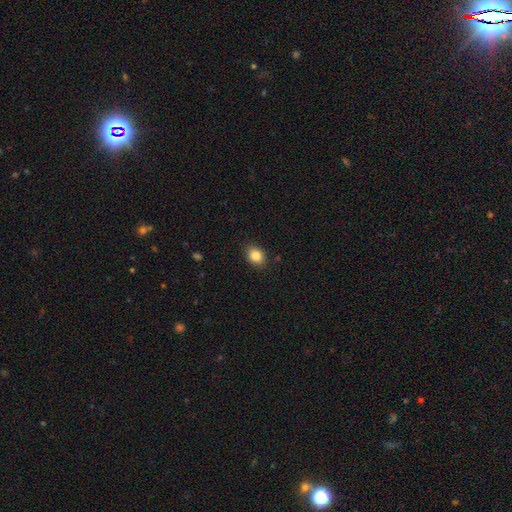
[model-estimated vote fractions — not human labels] A smooth galaxy with no disk features (85%) that is in between round and cigar-shaped (56%). Merging: none (87%).